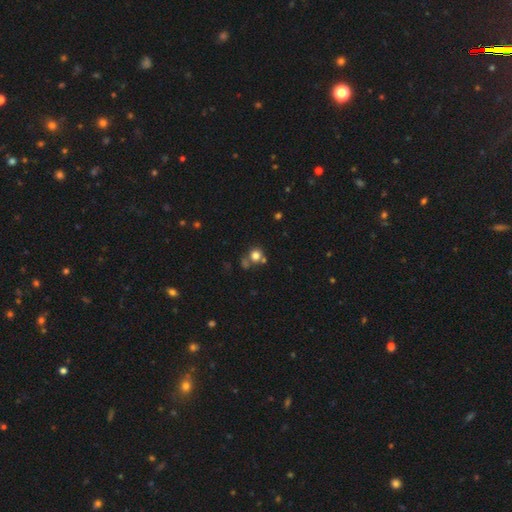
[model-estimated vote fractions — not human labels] The model was most divided on "merging": none: 63%, merger: 20%, minor disturbance: 11%, major disturbance: 6%. More confident: how rounded — round (88%); smooth or featured — smooth (77%).